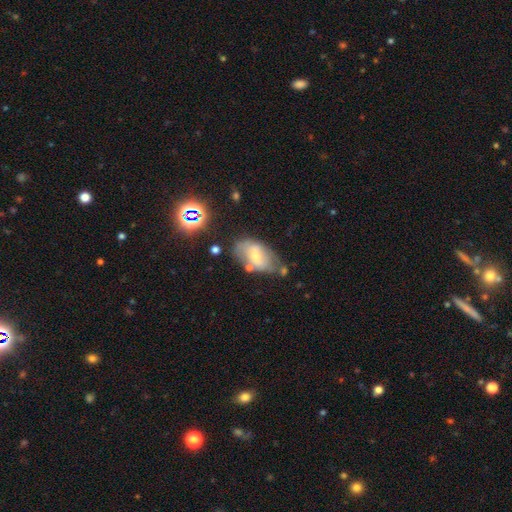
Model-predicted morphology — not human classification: A smooth galaxy with no disk features (49%). Merging: none (49%).